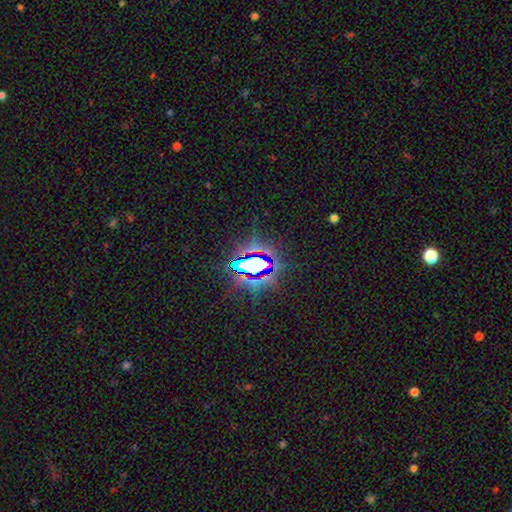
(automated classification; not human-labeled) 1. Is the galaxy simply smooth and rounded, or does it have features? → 83% star or artifact, 10% smooth, 7% featured or disk.